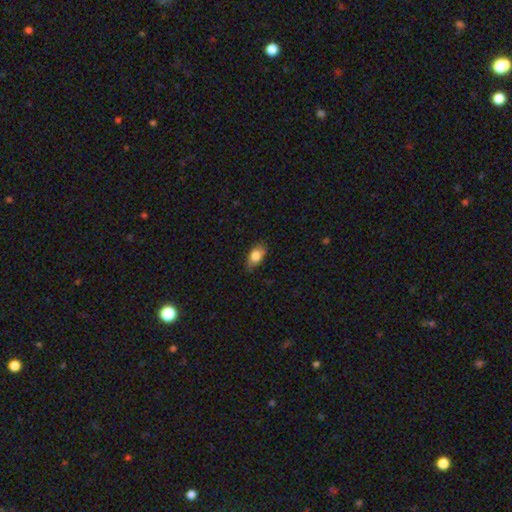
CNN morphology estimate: type=smooth (80%); roundness=in between (86%); merging=none (76%).